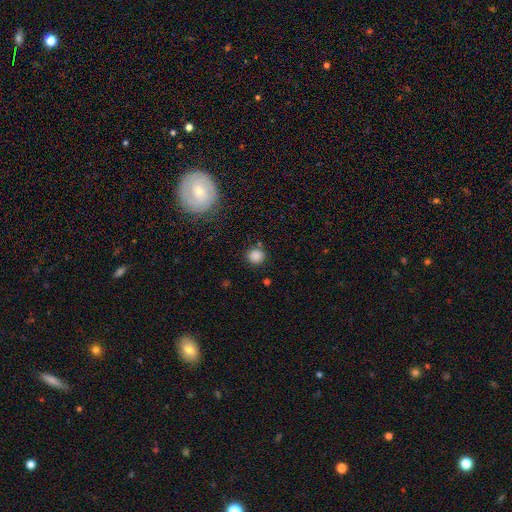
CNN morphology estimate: A smooth galaxy with no disk features (83%) that is round (90%). Merging: none (84%).